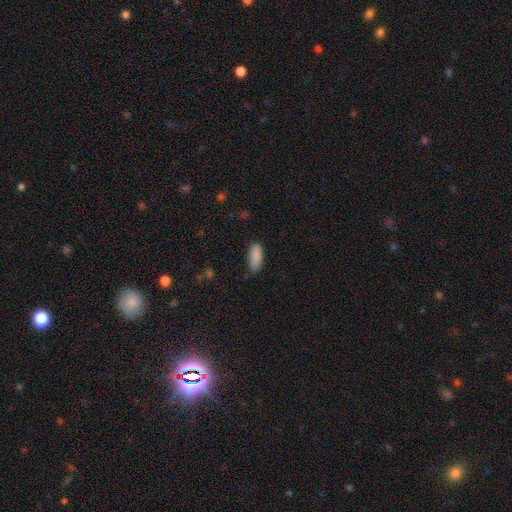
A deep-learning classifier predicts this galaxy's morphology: smooth 89%, star or artifact 7%, featured or disk 4%. Down the decision tree: how rounded — in between (81%); merging — none (78%).